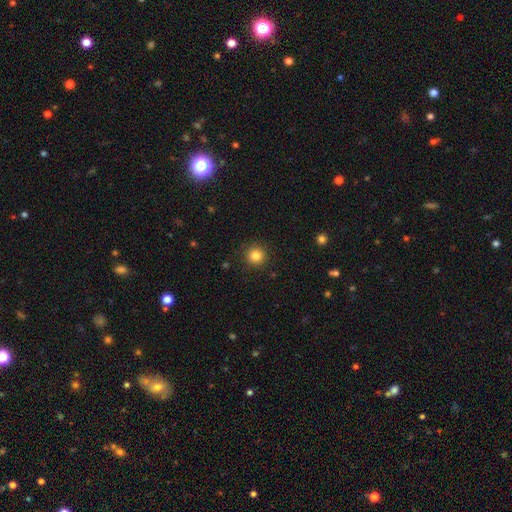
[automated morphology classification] type=smooth (83%); roundness=round (95%); merging=none (91%).